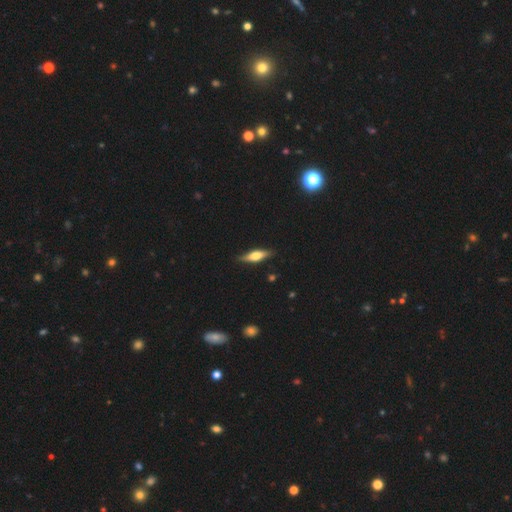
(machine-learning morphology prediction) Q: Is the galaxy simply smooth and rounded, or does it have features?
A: featured or disk — 50%.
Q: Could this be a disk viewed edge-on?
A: yes — 92%.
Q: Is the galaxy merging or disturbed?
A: none — 85%.